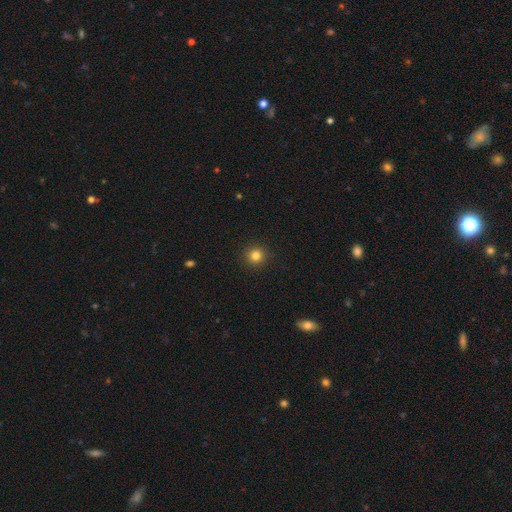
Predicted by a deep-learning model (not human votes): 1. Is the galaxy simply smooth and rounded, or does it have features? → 82% smooth, 13% star or artifact, 5% featured or disk.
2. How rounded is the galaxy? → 95% round, 4% in between, 1% cigar-shaped.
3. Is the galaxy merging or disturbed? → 93% none, 5% minor disturbance, 2% major disturbance, 1% merger.